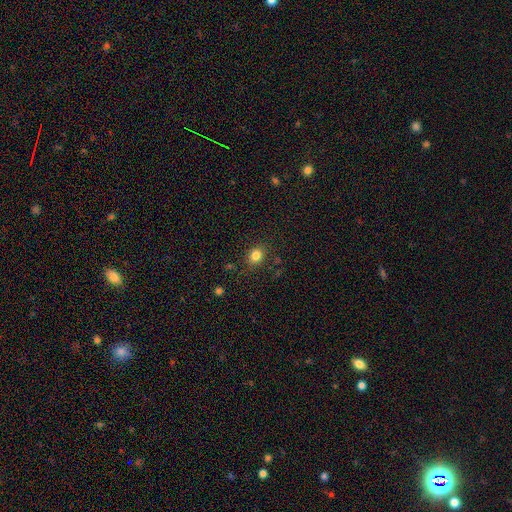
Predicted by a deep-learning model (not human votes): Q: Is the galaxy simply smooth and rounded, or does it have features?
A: smooth — 83%.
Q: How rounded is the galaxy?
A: round — 60%.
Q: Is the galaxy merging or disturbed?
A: none — 84%.